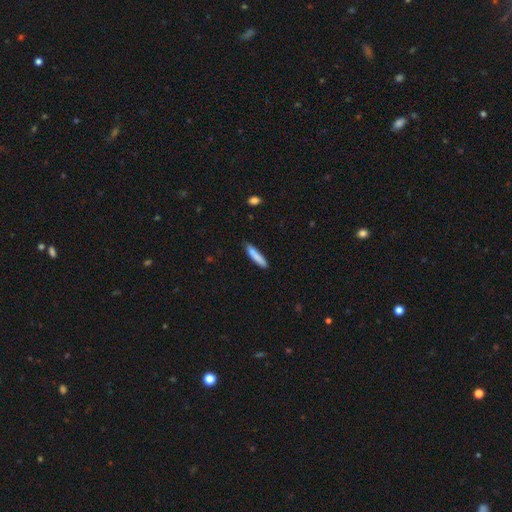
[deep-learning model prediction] Smooth or featured?
  - smooth: 83% *
  - featured or disk: 11%
  - star or artifact: 6%
How rounded?
  - cigar-shaped: 87% *
  - in between: 11%
  - round: 1%
Merging?
  - none: 79% *
  - minor disturbance: 17%
  - major disturbance: 3%
  - merger: 2%